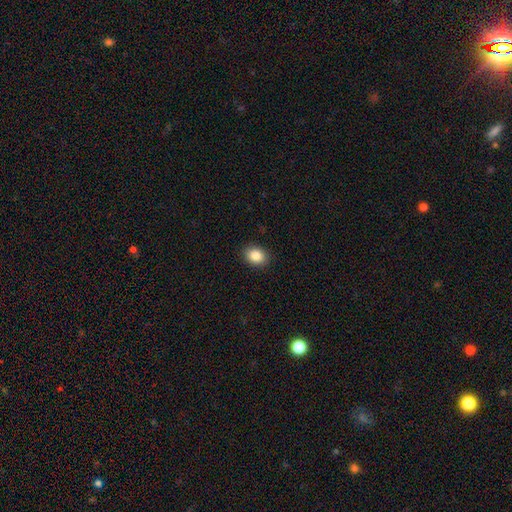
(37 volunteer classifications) Q: Smooth or featured?
A: smooth (89%); runner-up: featured or disk (5%)
Q: How rounded?
A: in between (61%); runner-up: round (39%)
Q: Merging?
A: none (100%)